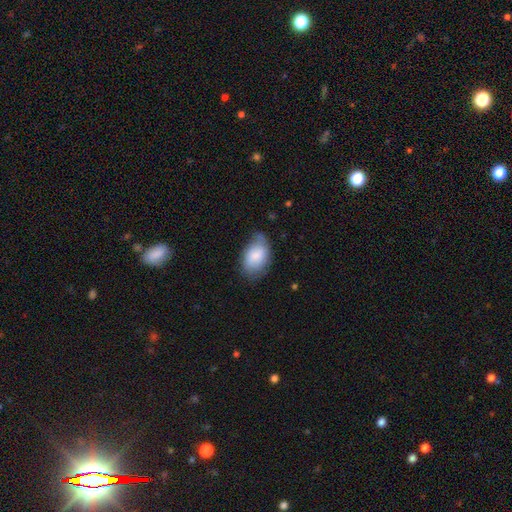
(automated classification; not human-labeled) smooth-or-featured: smooth: 76% | featured or disk: 18% | star or artifact: 7%
  how-rounded: in between: 90% | round: 9% | cigar-shaped: 1%
  merging: none: 57% | minor disturbance: 32% | major disturbance: 8% | merger: 2%